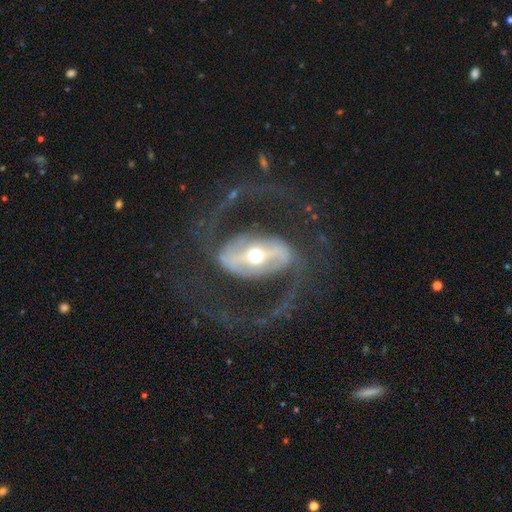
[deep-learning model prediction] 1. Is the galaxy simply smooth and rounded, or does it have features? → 87% featured or disk, 8% smooth, 5% star or artifact.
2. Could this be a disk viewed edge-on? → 93% no, 7% yes.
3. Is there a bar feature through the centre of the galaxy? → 68% strong, 21% weak, 11% no.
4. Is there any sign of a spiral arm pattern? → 84% yes, 16% no.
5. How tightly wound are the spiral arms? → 45% loose, 41% medium, 14% tight.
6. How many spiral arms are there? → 91% 2, 3% can't tell, 2% 1, 1% 3, 1% 4, 1% more than 4.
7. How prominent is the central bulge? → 71% moderate, 17% small, 9% large, 1% dominant, 1% none.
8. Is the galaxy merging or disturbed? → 67% none, 19% major disturbance, 12% minor disturbance, 2% merger.